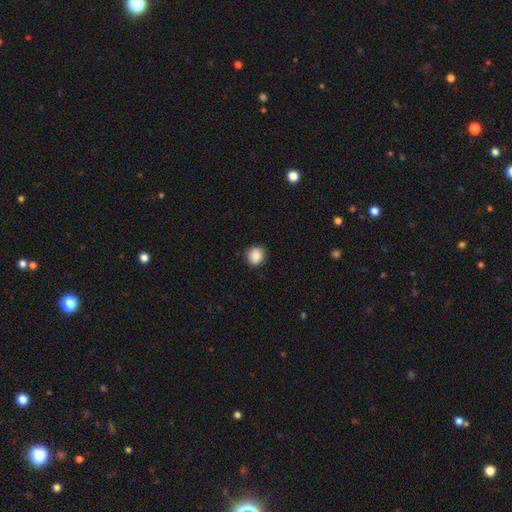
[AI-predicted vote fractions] smooth 89%, star or artifact 8%, featured or disk 3%. Down the decision tree: how rounded — round (83%); merging — none (89%).